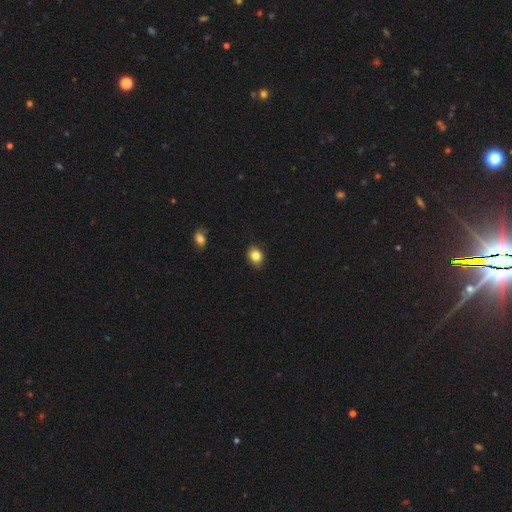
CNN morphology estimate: Q: Smooth or featured?
A: smooth (84%); runner-up: star or artifact (10%)
Q: How rounded?
A: round (66%); runner-up: in between (33%)
Q: Merging?
A: none (88%); runner-up: minor disturbance (9%)